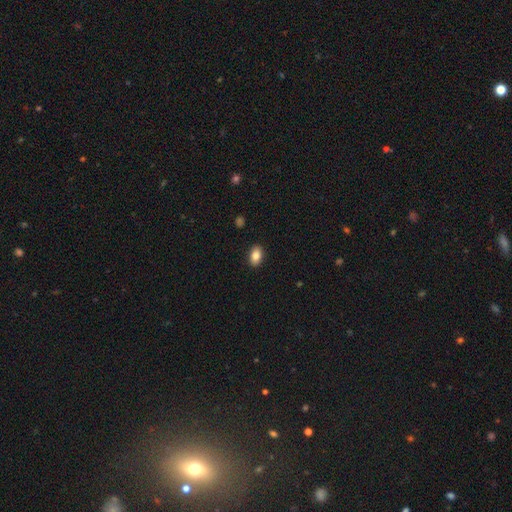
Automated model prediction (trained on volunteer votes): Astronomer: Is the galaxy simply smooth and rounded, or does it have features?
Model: smooth — 85%.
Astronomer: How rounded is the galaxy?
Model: in between — 87%.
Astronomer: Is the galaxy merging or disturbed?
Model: none — 90%.